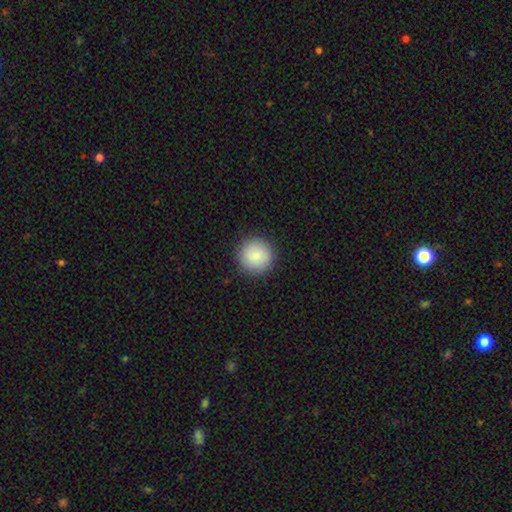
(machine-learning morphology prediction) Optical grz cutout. It shows a smooth galaxy with no disk features (86%) that is round (96%). Merging: none (91%).